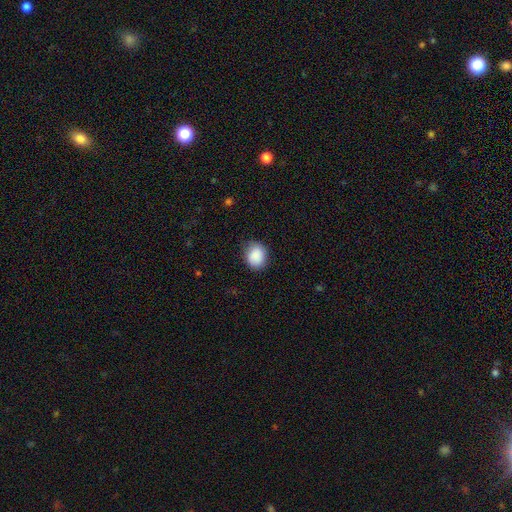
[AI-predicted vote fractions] smooth-or-featured: smooth: 89% | star or artifact: 7% | featured or disk: 4%
  how-rounded: round: 61% | in between: 39% | cigar-shaped: 1%
  merging: none: 79% | minor disturbance: 16% | major disturbance: 4% | merger: 1%